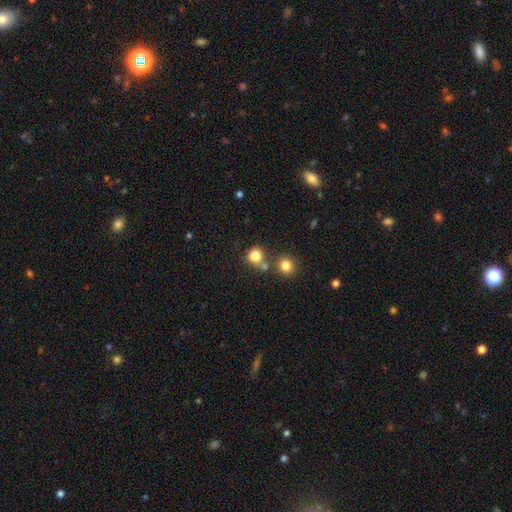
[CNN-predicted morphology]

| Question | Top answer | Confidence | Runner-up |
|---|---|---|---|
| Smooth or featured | smooth | 81% | star or artifact (12%) |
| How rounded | round | 80% | in between (19%) |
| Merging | none | 55% | merger (29%) |